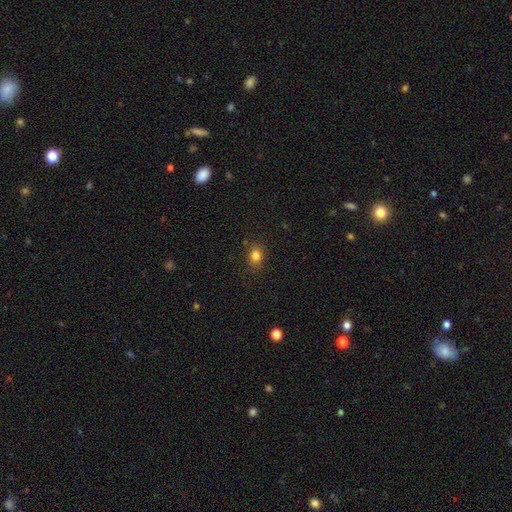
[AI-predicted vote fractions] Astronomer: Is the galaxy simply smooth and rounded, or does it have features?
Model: smooth — 82%.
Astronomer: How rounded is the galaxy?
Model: in between — 67%.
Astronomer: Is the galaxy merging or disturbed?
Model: none — 83%.